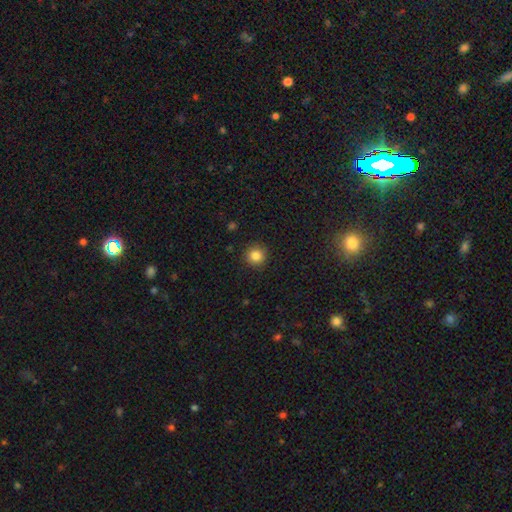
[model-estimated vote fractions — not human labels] A smooth galaxy with no disk features (84%) that is round (94%).

Vote fractions:
- Smooth or featured? smooth: 84% / star or artifact: 11% / featured or disk: 5%
- How rounded? round: 94% / in between: 5% / cigar-shaped: 1%
- Merging? none: 91% / minor disturbance: 6% / major disturbance: 2% / merger: 1%